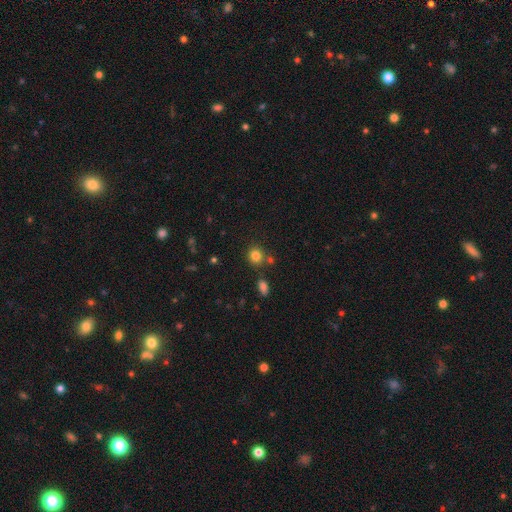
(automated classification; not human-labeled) Morphology: type=smooth (82%); roundness=round (85%); merging=none (77%).